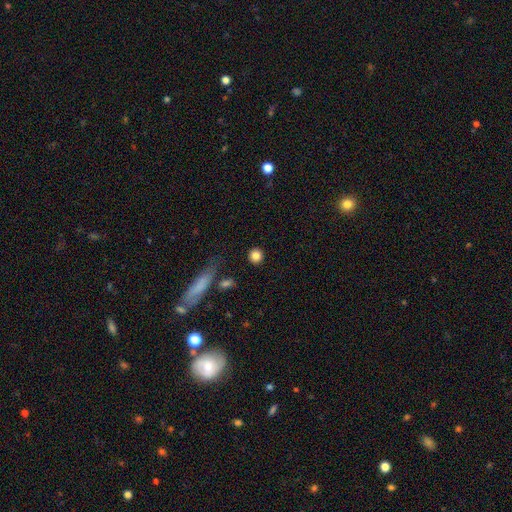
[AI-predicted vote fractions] Q: Smooth or featured?
A: smooth (84%); runner-up: star or artifact (9%)
Q: How rounded?
A: round (90%); runner-up: in between (8%)
Q: Merging?
A: none (88%); runner-up: minor disturbance (7%)